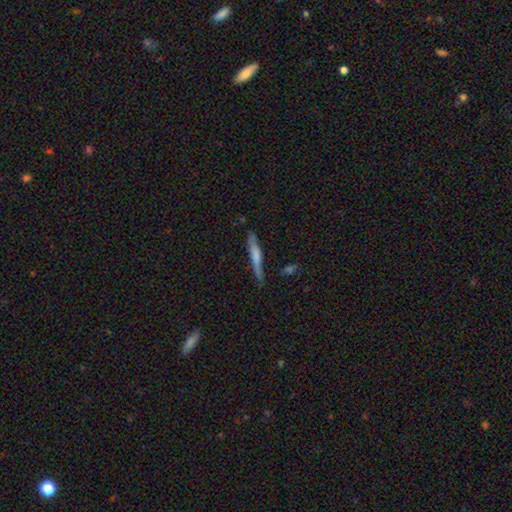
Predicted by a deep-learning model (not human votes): Overall: smooth (58%; featured or disk 36%). How rounded: cigar-shaped (93%). Merging: none (77%).